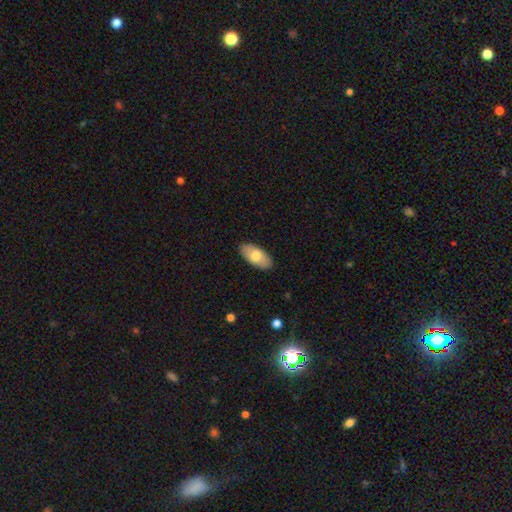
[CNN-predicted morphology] Overall: smooth (71%). How rounded: in between (94%). Merging: none (88%).